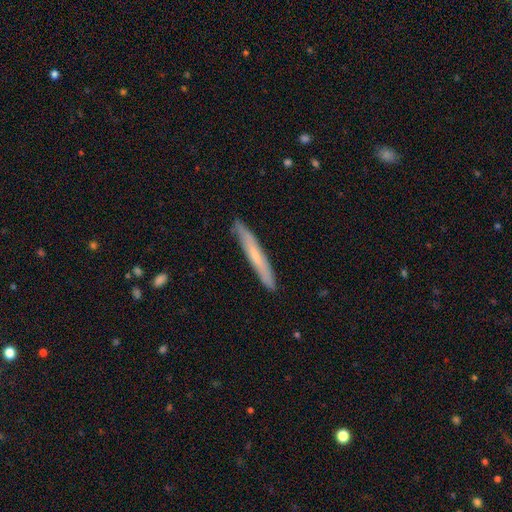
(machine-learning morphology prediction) A smooth galaxy with no disk features (53%) that is cigar-shaped (96%).

Vote fractions:
- Smooth or featured? smooth: 53% / featured or disk: 41% / star or artifact: 6%
- How rounded? cigar-shaped: 96% / in between: 3% / round: 1%
- Merging? none: 88% / minor disturbance: 9% / major disturbance: 1% / merger: 1%